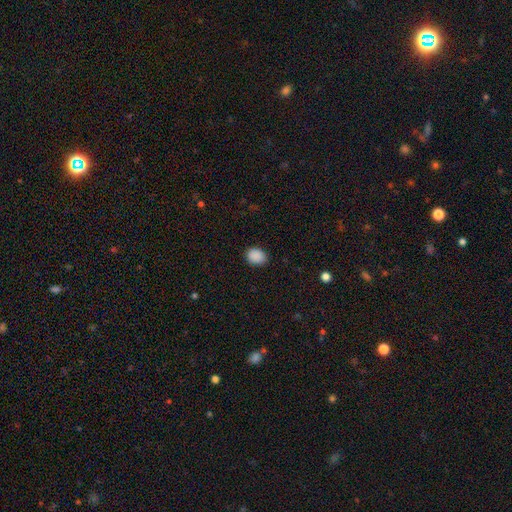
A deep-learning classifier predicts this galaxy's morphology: smooth 89%, star or artifact 8%, featured or disk 2%. Down the decision tree: how rounded — in between (58%); merging — none (87%).